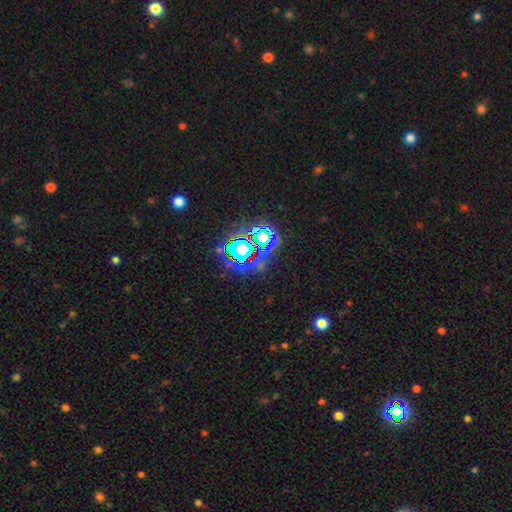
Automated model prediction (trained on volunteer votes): Smooth or featured? star or artifact (80%)